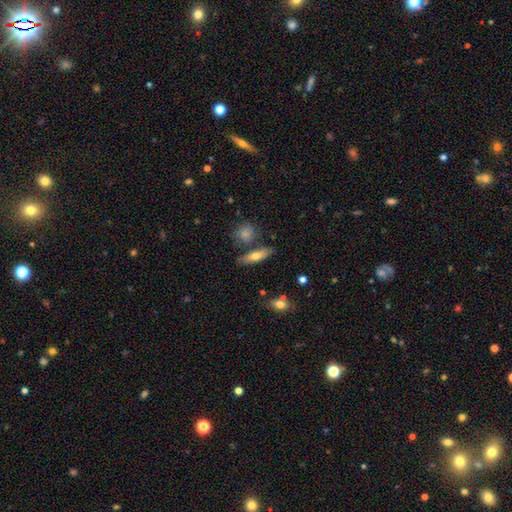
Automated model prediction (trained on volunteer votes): smooth-or-featured: smooth: 64% | featured or disk: 29% | star or artifact: 7%
  how-rounded: cigar-shaped: 55% | in between: 41% | round: 4%
  merging: none: 76% | minor disturbance: 12% | merger: 9% | major disturbance: 3%